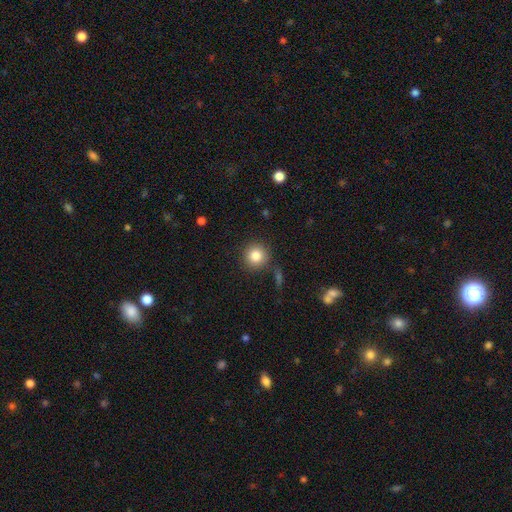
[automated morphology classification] A smooth galaxy with no disk features (84%) that is round (93%).

Vote fractions:
- Smooth or featured? smooth: 84% / star or artifact: 10% / featured or disk: 6%
- How rounded? round: 93% / in between: 6% / cigar-shaped: 1%
- Merging? none: 86% / minor disturbance: 8% / merger: 3% / major disturbance: 3%